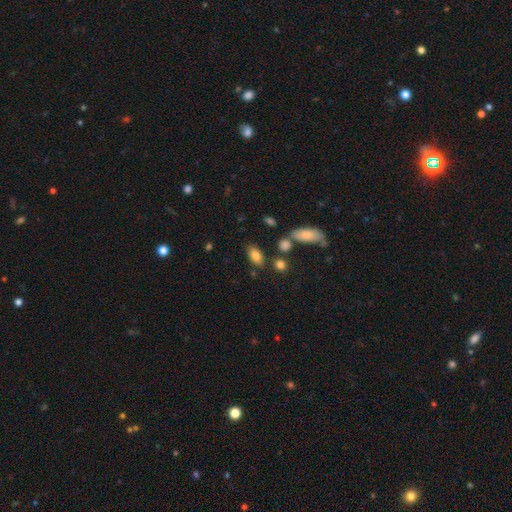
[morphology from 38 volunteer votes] smooth-or-featured: smooth: 84% | featured or disk: 11% | star or artifact: 5%
  how-rounded: in between: 97% | cigar-shaped: 3% | round: 0%
  merging: none: 78% | merger: 11% | minor disturbance: 8% | major disturbance: 3%